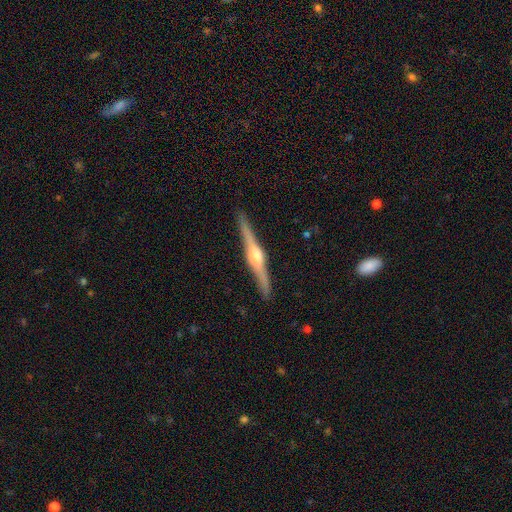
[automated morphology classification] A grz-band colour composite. It shows a featured or disk galaxy (84%) viewed edge-on (98%) with a rounded central bulge (89%). Merging: none (91%).